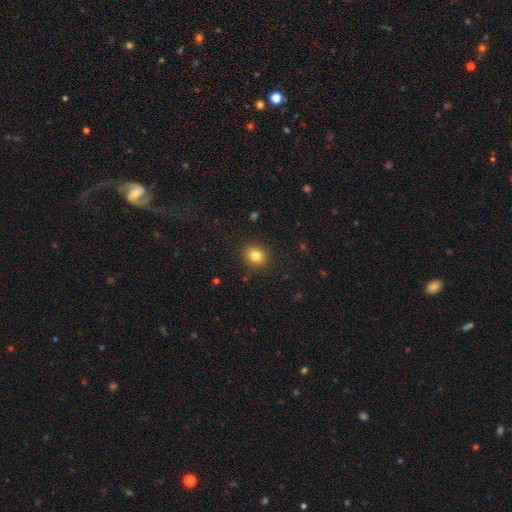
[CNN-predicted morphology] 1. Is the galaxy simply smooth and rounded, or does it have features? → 82% smooth, 11% star or artifact, 7% featured or disk.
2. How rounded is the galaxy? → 76% round, 24% in between, 1% cigar-shaped.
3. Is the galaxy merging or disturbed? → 90% none, 7% minor disturbance, 2% major disturbance, 1% merger.